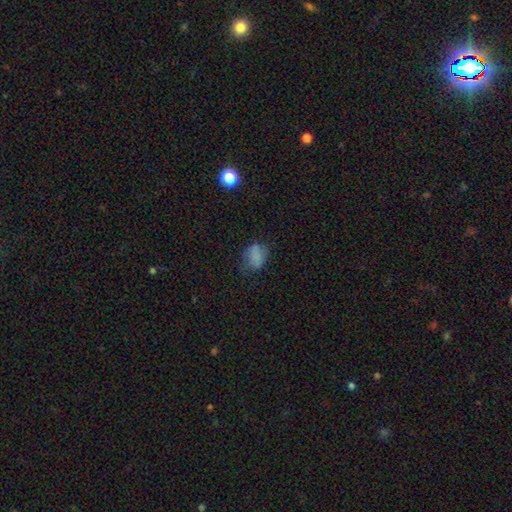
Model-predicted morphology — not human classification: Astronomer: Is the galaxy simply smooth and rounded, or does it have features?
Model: smooth — 75%.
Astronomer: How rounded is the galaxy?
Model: in between — 73%.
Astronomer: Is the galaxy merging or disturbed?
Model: none — 56%.